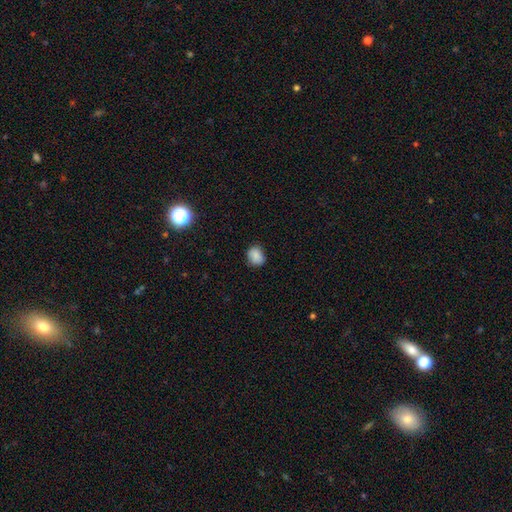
Q: Smooth or featured?
A: smooth (89%); runner-up: star or artifact (11%)
Q: How rounded?
A: round (79%); runner-up: in between (21%)
Q: Merging?
A: none (79%); runner-up: minor disturbance (18%)